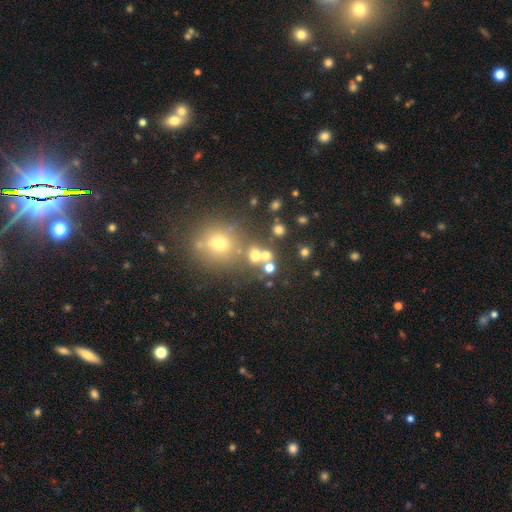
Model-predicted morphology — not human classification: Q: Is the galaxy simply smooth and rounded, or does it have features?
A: smooth — 61%.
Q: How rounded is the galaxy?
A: round — 78%.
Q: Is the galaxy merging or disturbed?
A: none — 52%.